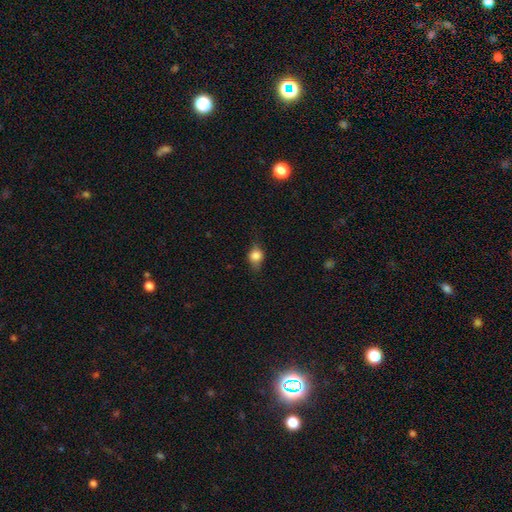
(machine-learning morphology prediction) smooth-or-featured: smooth: 73% | featured or disk: 16% | star or artifact: 11%
  how-rounded: round: 58% | in between: 39% | cigar-shaped: 3%
  merging: none: 68% | minor disturbance: 24% | major disturbance: 7% | merger: 1%